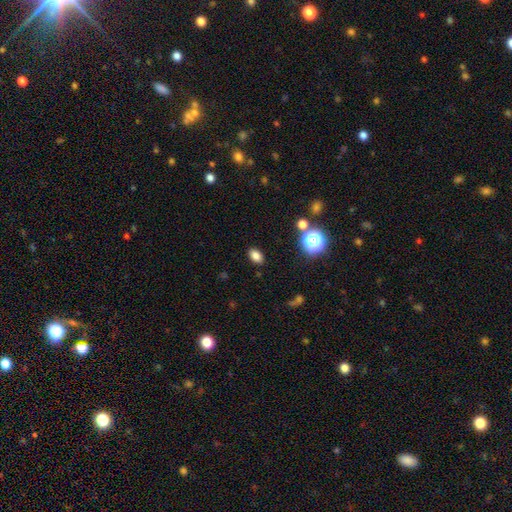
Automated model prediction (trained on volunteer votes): smooth_or_featured: smooth (p=0.80) [alt: star or artifact p=0.14]
how_rounded: in between (p=0.83) [alt: round p=0.15]
merging: none (p=0.88) [alt: minor disturbance p=0.08]